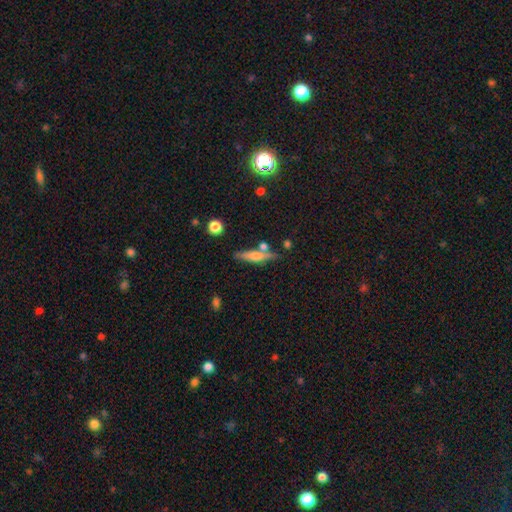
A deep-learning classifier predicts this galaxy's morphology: The model was most divided on "smooth or featured": smooth: 50%, featured or disk: 43%, star or artifact: 7%. More confident: merging — none (73%).